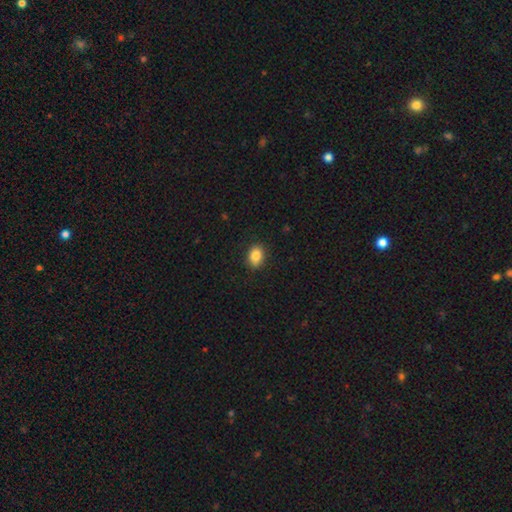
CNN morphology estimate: A smooth galaxy with no disk features (85%) that is in between round and cigar-shaped (69%). Merging: none (87%).